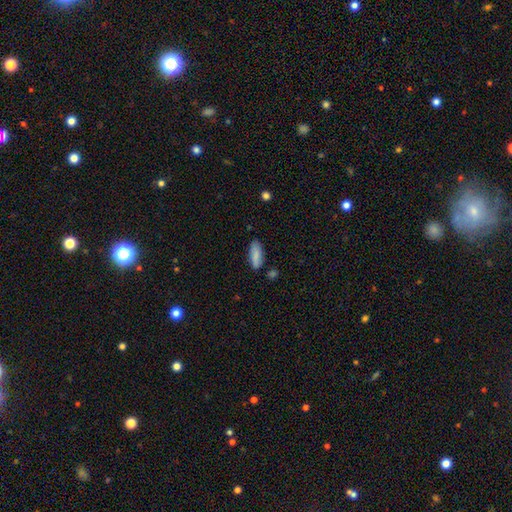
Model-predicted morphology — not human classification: Smooth or featured? Predicted: smooth (p=0.85). How rounded? Predicted: in between (p=0.68). Merging? Predicted: none (p=0.78).